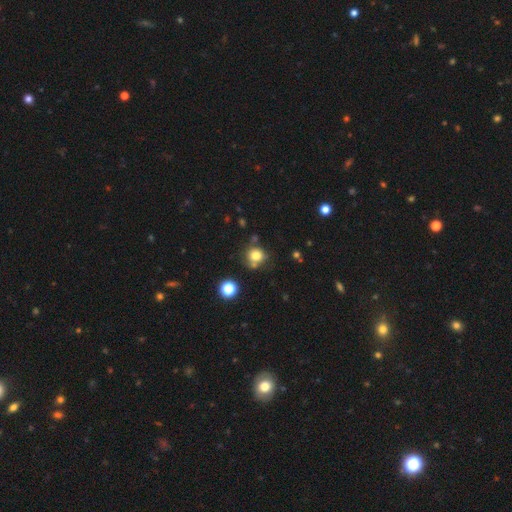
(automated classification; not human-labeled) A smooth galaxy with no disk features (77%) that is round (84%).

Vote fractions:
- Smooth or featured? smooth: 77% / star or artifact: 14% / featured or disk: 9%
- How rounded? round: 84% / in between: 15% / cigar-shaped: 1%
- Merging? none: 65% / minor disturbance: 16% / merger: 14% / major disturbance: 6%